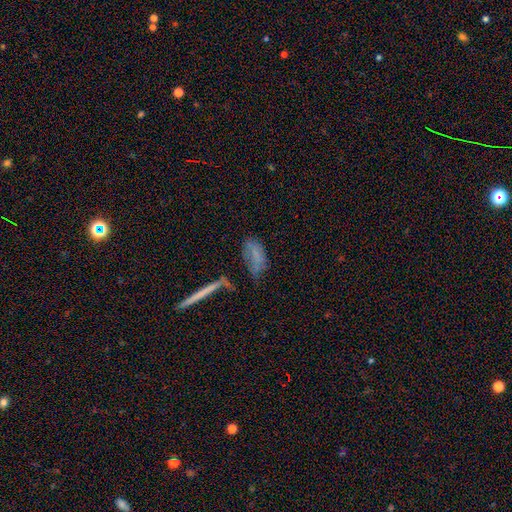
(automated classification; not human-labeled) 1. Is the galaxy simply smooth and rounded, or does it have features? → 57% smooth, 31% featured or disk, 12% star or artifact.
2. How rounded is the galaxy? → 72% in between, 23% cigar-shaped, 5% round.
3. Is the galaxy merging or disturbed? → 38% none, 28% minor disturbance, 23% major disturbance, 11% merger.